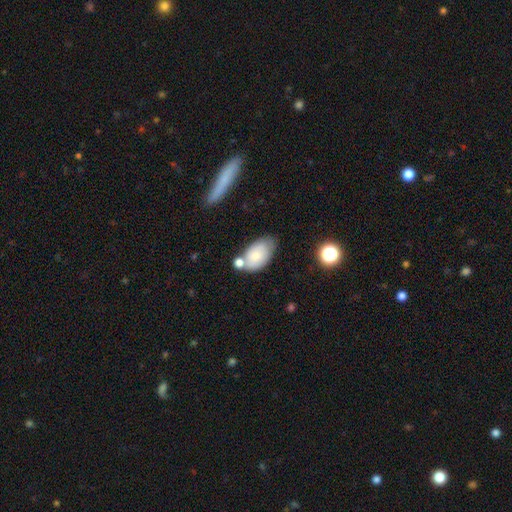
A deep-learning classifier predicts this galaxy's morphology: type=smooth (76%); roundness=in between (93%); merging=none (51%).